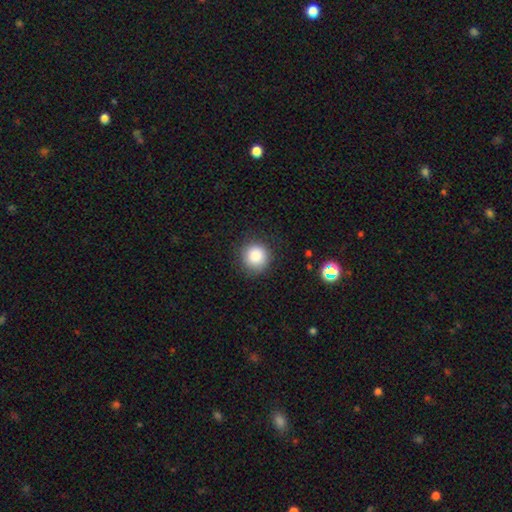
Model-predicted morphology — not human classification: smooth-or-featured: smooth: 86% | star or artifact: 10% | featured or disk: 5%
  how-rounded: round: 92% | in between: 7% | cigar-shaped: 1%
  merging: none: 86% | minor disturbance: 10% | major disturbance: 3% | merger: 1%